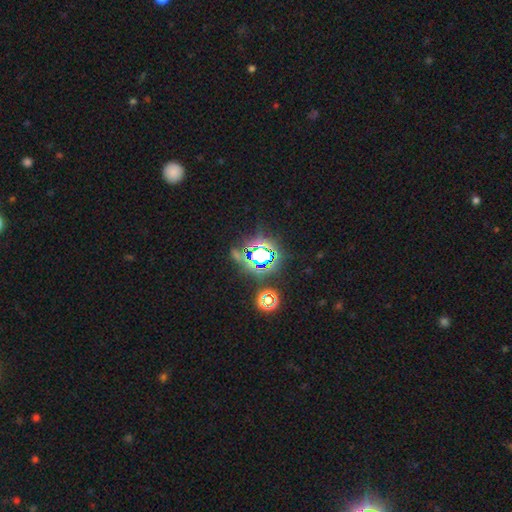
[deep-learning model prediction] Morphology: type=star or artifact (76%).